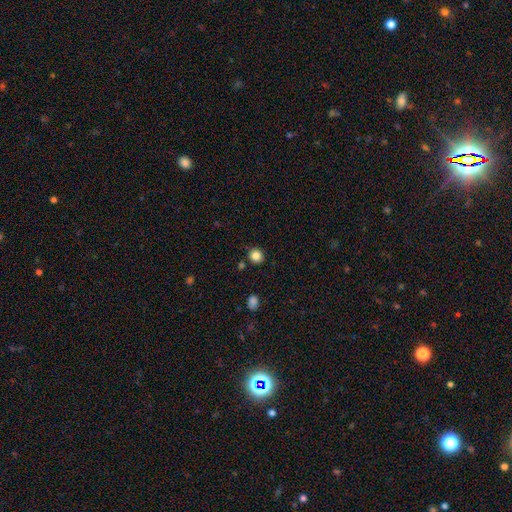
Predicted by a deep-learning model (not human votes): smooth-or-featured: smooth: 84% | star or artifact: 11% | featured or disk: 5%
  how-rounded: round: 88% | in between: 11% | cigar-shaped: 1%
  merging: none: 87% | minor disturbance: 8% | merger: 3% | major disturbance: 2%